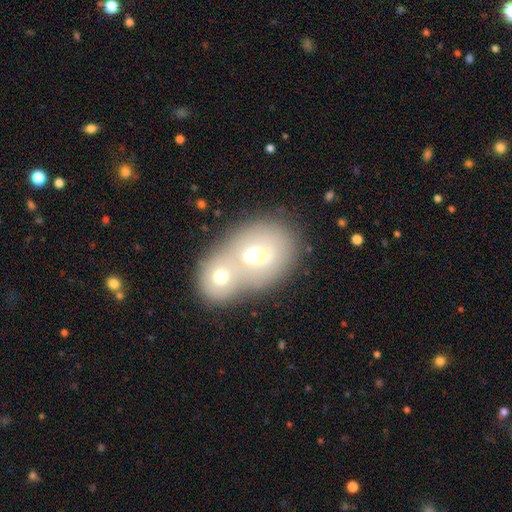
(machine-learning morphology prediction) smooth-or-featured: smooth: 58% | featured or disk: 29% | star or artifact: 13%
  how-rounded: round: 50% | in between: 48% | cigar-shaped: 1%
  merging: merger: 73% | none: 20% | minor disturbance: 5% | major disturbance: 3%